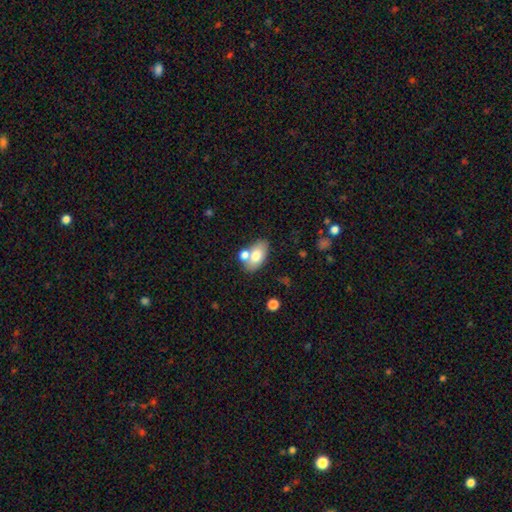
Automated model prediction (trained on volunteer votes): The model was most divided on "merging": none: 58%, merger: 25%, minor disturbance: 13%, major disturbance: 4%. More confident: how rounded — in between (90%); smooth or featured — smooth (70%).